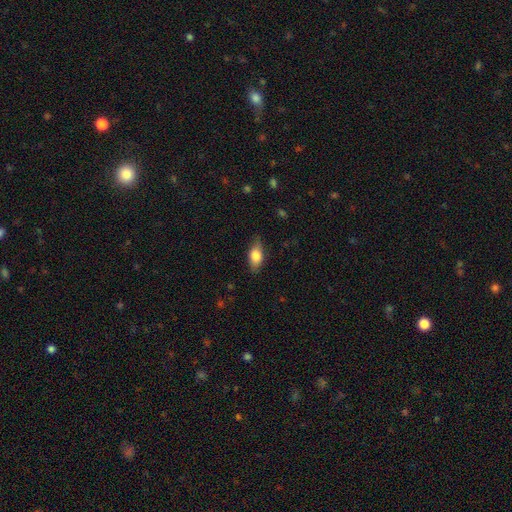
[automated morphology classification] smooth-or-featured: smooth: 75% | featured or disk: 18% | star or artifact: 7%
  how-rounded: in between: 84% | cigar-shaped: 11% | round: 6%
  merging: none: 78% | minor disturbance: 17% | major disturbance: 4% | merger: 1%